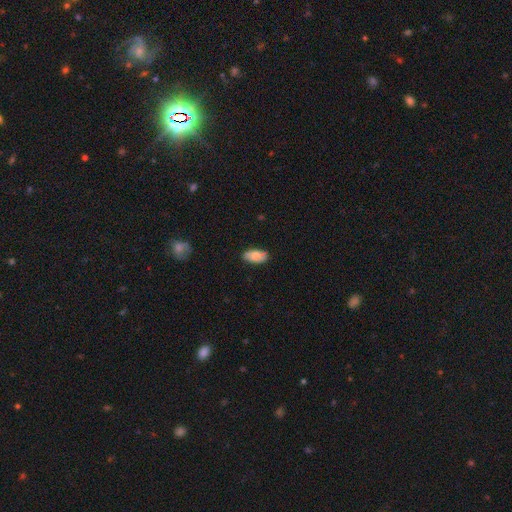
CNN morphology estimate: smooth 69%, featured or disk 24%, star or artifact 7%. Down the decision tree: how rounded — in between (92%); merging — none (85%).